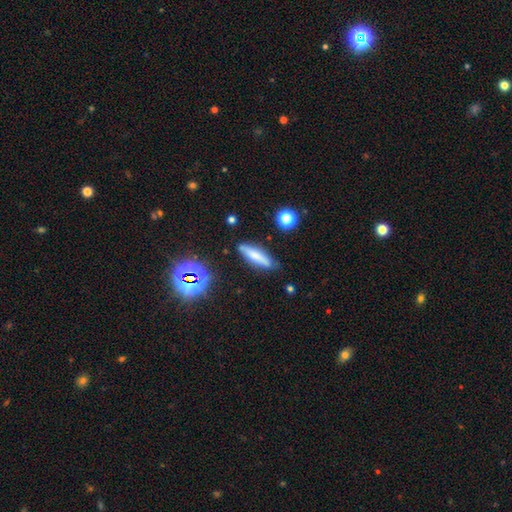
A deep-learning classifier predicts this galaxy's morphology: type=smooth (62%); roundness=cigar-shaped (73%); merging=none (82%).